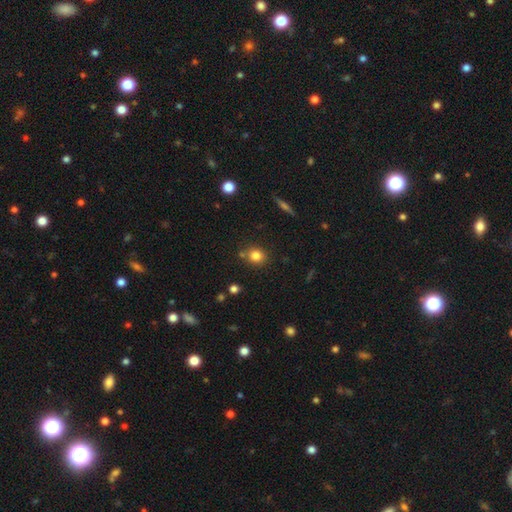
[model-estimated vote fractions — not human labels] A smooth galaxy with no disk features (81%) that is round (76%).

Vote fractions:
- Smooth or featured? smooth: 81% / star or artifact: 12% / featured or disk: 7%
- How rounded? round: 76% / in between: 23% / cigar-shaped: 1%
- Merging? none: 78% / minor disturbance: 10% / merger: 9% / major disturbance: 3%